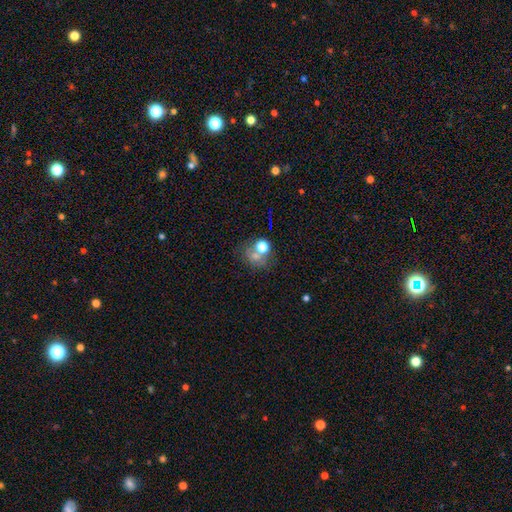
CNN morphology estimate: This is marginally a smooth galaxy (44%). Merging: possibly none (54%).